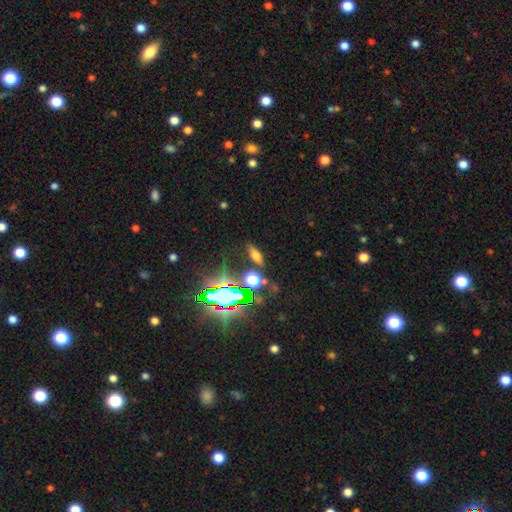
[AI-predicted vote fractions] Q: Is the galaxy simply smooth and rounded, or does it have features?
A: smooth — 53%.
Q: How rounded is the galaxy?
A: in between — 65%.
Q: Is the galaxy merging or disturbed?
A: none — 79%.